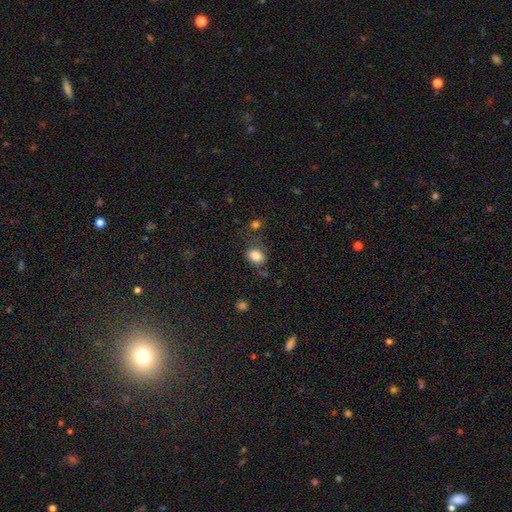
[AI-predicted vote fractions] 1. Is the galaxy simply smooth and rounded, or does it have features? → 85% smooth, 10% star or artifact, 6% featured or disk.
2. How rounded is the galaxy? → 59% in between, 40% round, 1% cigar-shaped.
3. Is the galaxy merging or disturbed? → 70% none, 18% minor disturbance, 6% major disturbance, 6% merger.